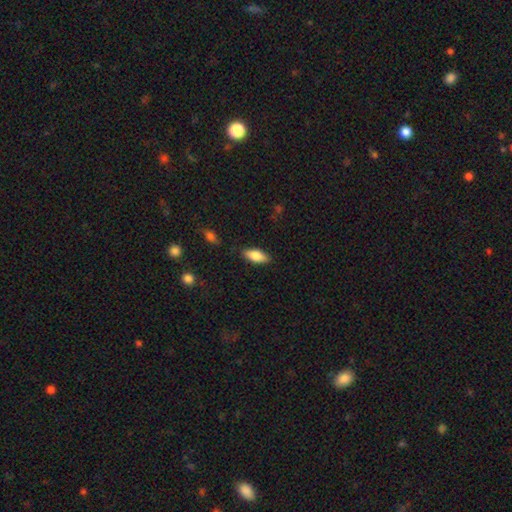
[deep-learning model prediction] Smooth or featured?
  - smooth: 75% *
  - featured or disk: 19%
  - star or artifact: 7%
How rounded?
  - in between: 78% *
  - cigar-shaped: 19%
  - round: 2%
Merging?
  - none: 84% *
  - minor disturbance: 11%
  - major disturbance: 3%
  - merger: 2%